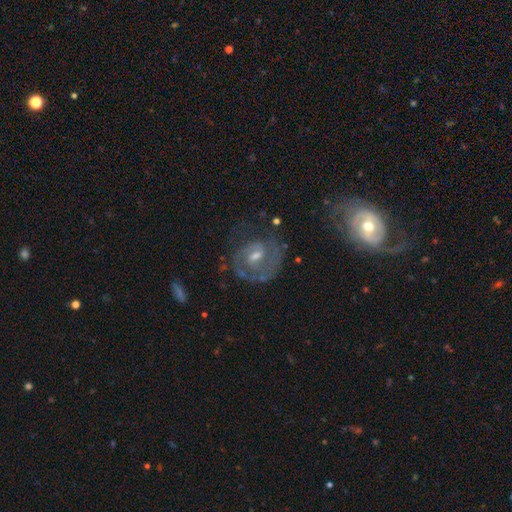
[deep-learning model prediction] This appears to be a featured or disk galaxy (79%) with a weak bar (51%), 2 (49%) tight (54%) spiral arms (87%) and a moderate central bulge (52%). Merging: none (65%).